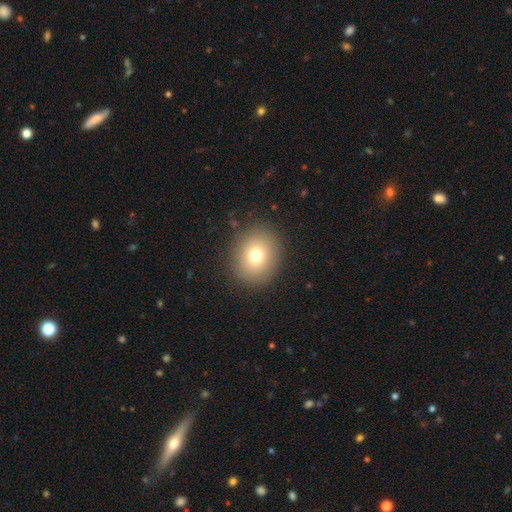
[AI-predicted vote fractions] Overall: smooth (75%). How rounded: round (69%; in between 30%). Merging: none (87%).